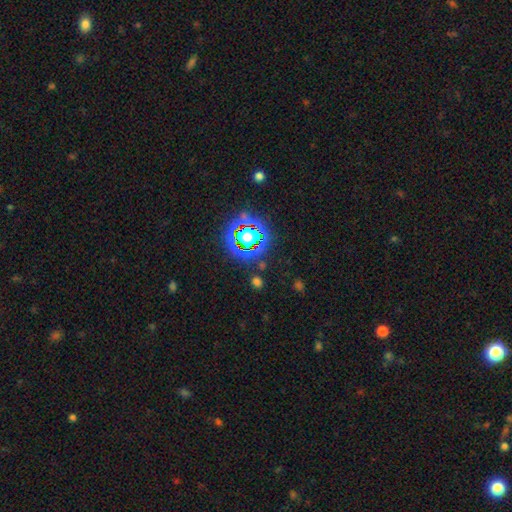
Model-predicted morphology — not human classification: smooth_or_featured: star or artifact (p=0.78) [alt: smooth p=0.14]